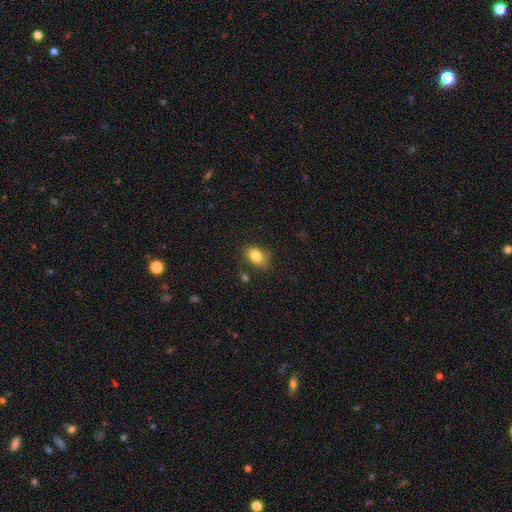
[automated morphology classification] Q: Smooth or featured?
A: smooth (84%); runner-up: star or artifact (9%)
Q: How rounded?
A: in between (82%); runner-up: round (17%)
Q: Merging?
A: none (76%); runner-up: minor disturbance (17%)